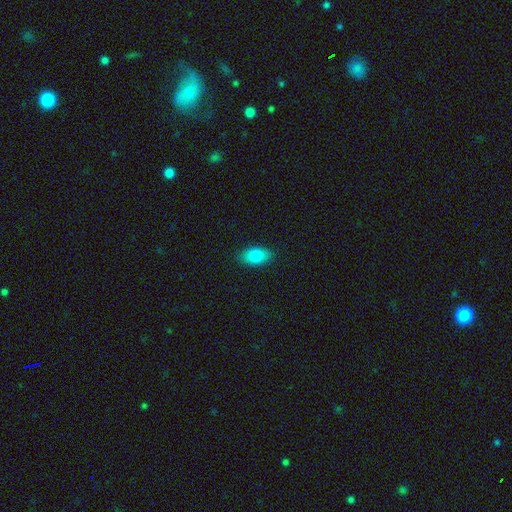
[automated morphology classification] type=smooth (81%); roundness=in between (91%); merging=none (88%).